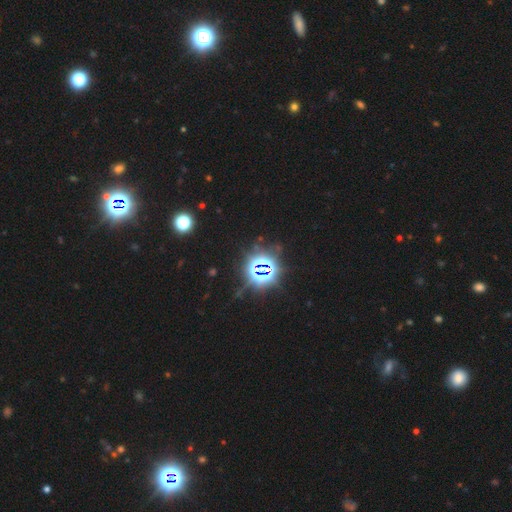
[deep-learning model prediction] A star or artifact, not a galaxy (82%).

Vote fractions:
- Smooth or featured? star or artifact: 82% / smooth: 12% / featured or disk: 6%